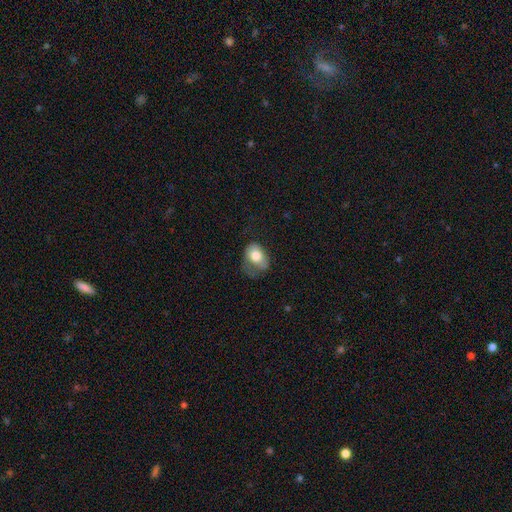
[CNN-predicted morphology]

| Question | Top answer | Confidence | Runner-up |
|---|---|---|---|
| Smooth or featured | smooth | 74% | featured or disk (18%) |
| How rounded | in between | 69% | round (30%) |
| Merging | major disturbance | 37% | minor disturbance (35%) |